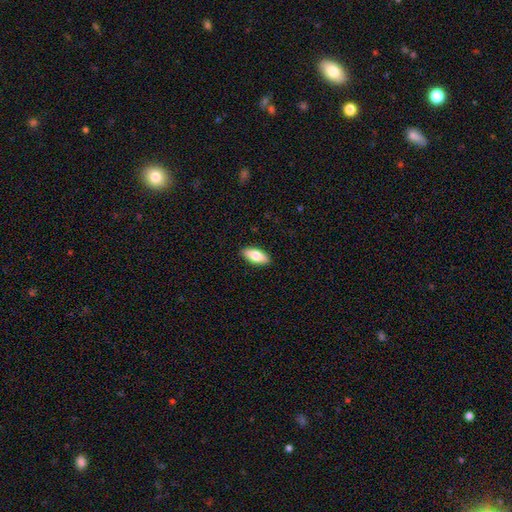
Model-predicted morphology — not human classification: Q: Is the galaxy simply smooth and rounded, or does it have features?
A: smooth — 79%.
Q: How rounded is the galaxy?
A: in between — 85%.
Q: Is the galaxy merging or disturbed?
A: none — 90%.